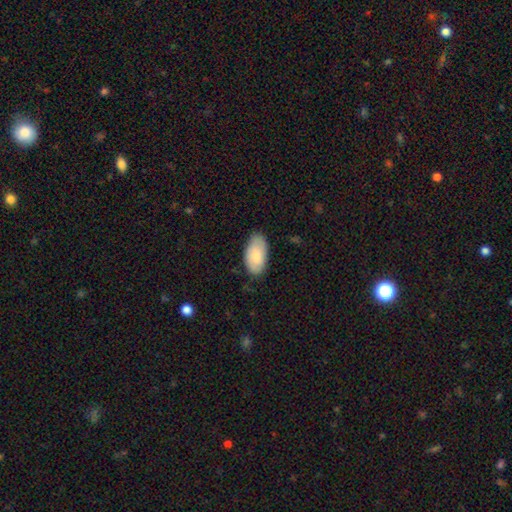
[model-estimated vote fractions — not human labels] The model was most divided on "merging": none: 78%, minor disturbance: 18%, major disturbance: 3%, merger: 1%. More confident: how rounded — in between (95%); smooth or featured — smooth (84%).